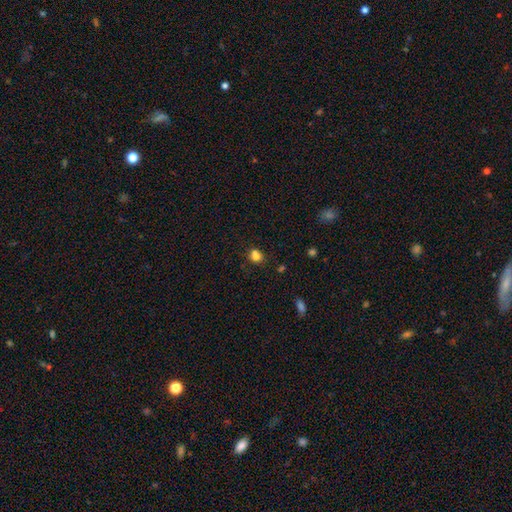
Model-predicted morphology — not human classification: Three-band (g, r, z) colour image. It shows a smooth galaxy with no disk features (76%) that is round (67%). Merging: none (53%).